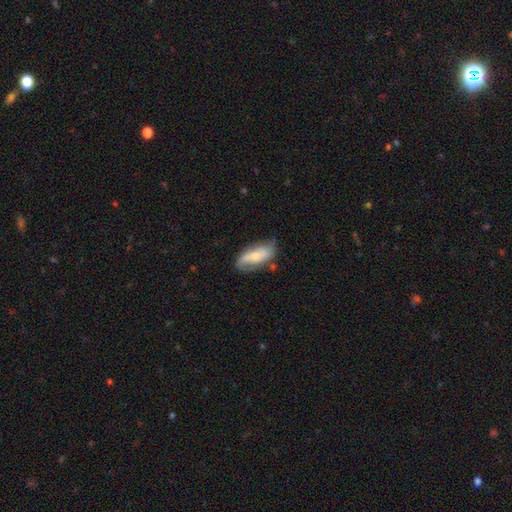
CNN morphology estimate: featured or disk 49%, smooth 44%, star or artifact 6%. Down the decision tree: merging — none (61%).